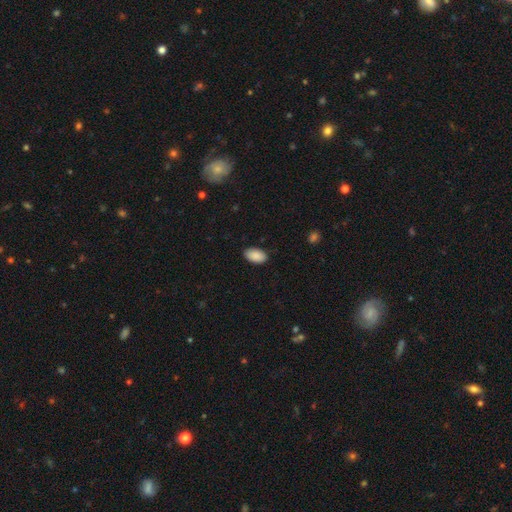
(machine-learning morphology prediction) Q: Smooth or featured?
A: smooth (90%); runner-up: star or artifact (6%)
Q: How rounded?
A: in between (95%); runner-up: round (4%)
Q: Merging?
A: none (88%); runner-up: minor disturbance (9%)